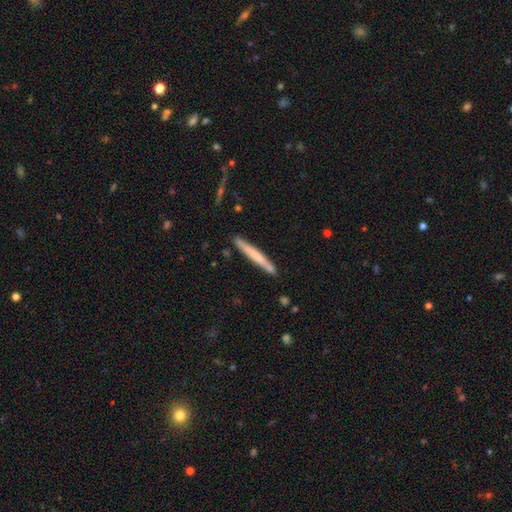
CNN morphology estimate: A smooth galaxy with no disk features (61%) that is cigar-shaped (97%). Merging: none (87%).